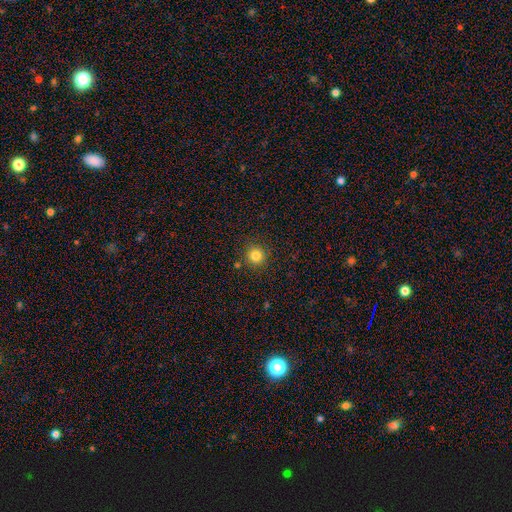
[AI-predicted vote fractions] A smooth galaxy with no disk features (82%) that is round (94%).

Vote fractions:
- Smooth or featured? smooth: 82% / star or artifact: 13% / featured or disk: 5%
- How rounded? round: 94% / in between: 5% / cigar-shaped: 1%
- Merging? none: 87% / minor disturbance: 7% / merger: 3% / major disturbance: 2%